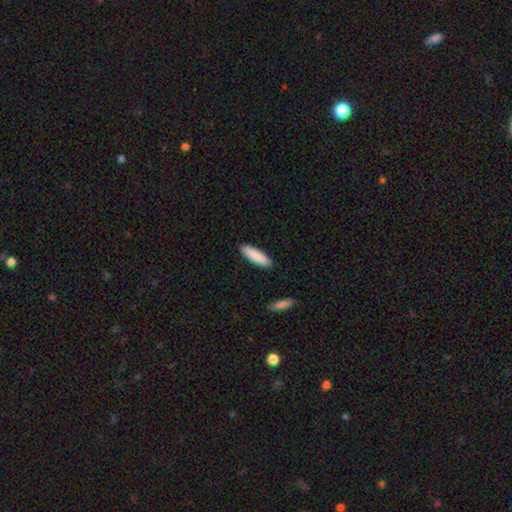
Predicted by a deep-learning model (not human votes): This appears to be a smooth galaxy with no disk features (87%) that is cigar-shaped (65%). Merging: none (90%).